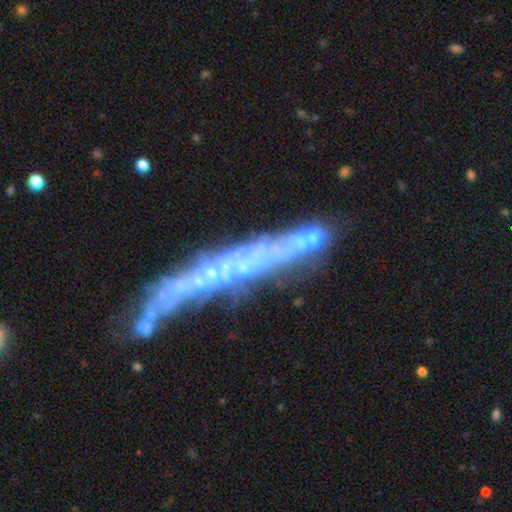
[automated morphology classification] The model was most divided on "edge-on disk": no: 54%, yes: 46%. Remaining: smooth or featured — featured or disk (54%); merging — none (44%).